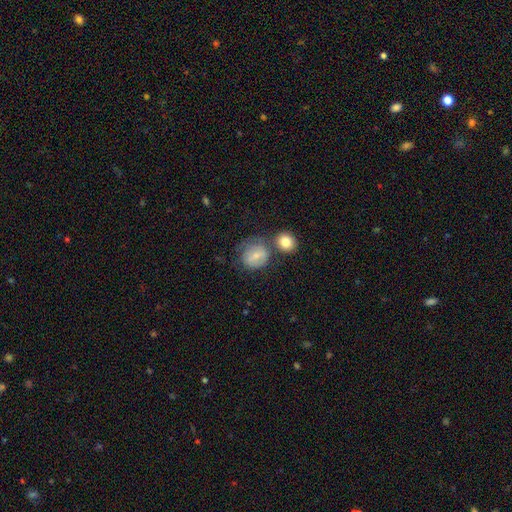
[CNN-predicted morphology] This appears to be a smooth galaxy with no disk features (65%) that is round (76%). Merging: none (46%).